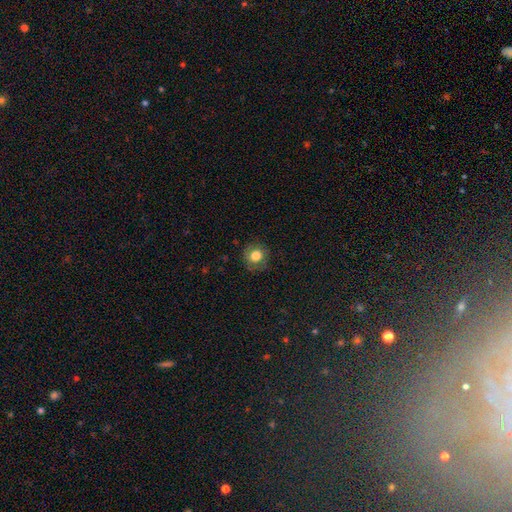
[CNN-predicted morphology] This appears to be a smooth galaxy with no disk features (75%) that is round (85%). Merging: none (79%).